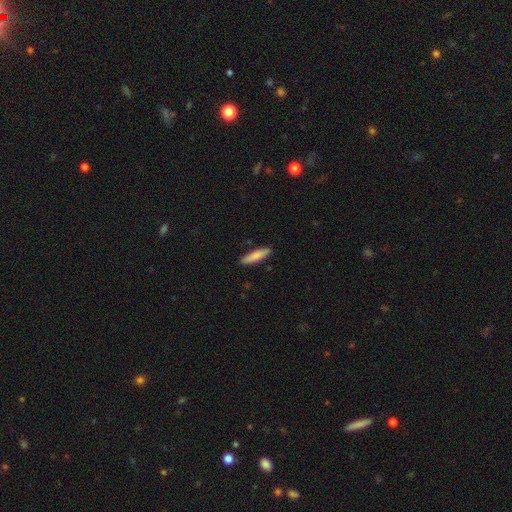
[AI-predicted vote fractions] Smooth or featured: smooth — 83% (featured or disk — 12%)
How rounded: cigar-shaped — 79% (in between — 19%)
Merging: none — 88% (minor disturbance — 9%)